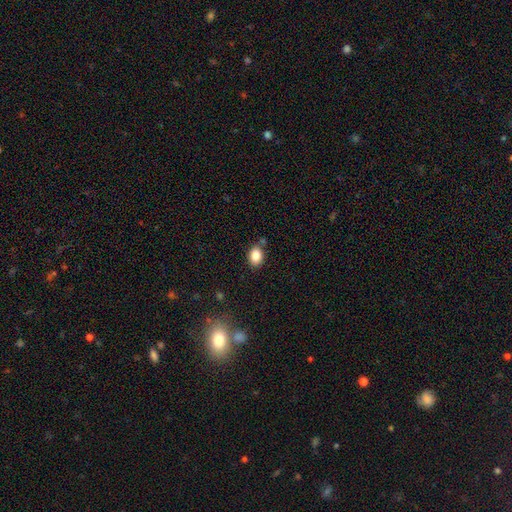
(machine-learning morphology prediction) Smooth or featured? Predicted: smooth (p=0.83). How rounded? Predicted: in between (p=0.75). Merging? Predicted: none (p=0.78).